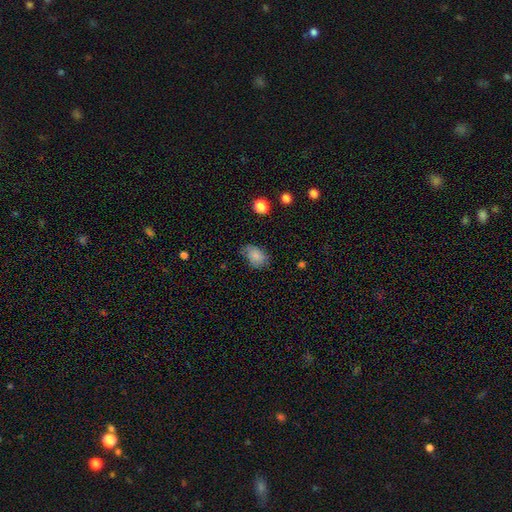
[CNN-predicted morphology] A smooth galaxy with no disk features (83%) that is in between round and cigar-shaped (82%). Merging: none (63%).